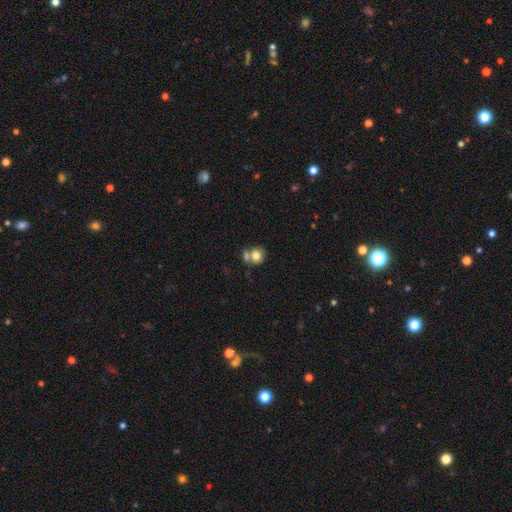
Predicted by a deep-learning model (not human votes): Smooth or featured?
  - smooth: 78% *
  - featured or disk: 12%
  - star or artifact: 9%
How rounded?
  - round: 73% *
  - in between: 26%
  - cigar-shaped: 1%
Merging?
  - none: 43% *
  - merger: 41%
  - minor disturbance: 11%
  - major disturbance: 5%